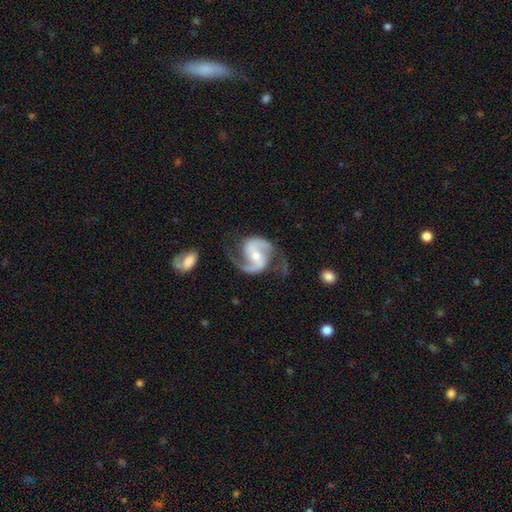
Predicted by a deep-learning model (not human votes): smooth-or-featured: featured or disk: 92% | star or artifact: 4% | smooth: 3%
  disk-edge-on: no: 98% | yes: 2%
    bar: weak: 38% | no: 33% | strong: 29%
    has-spiral-arms: yes: 98% | no: 2%
      spiral-winding: medium: 58% | loose: 27% | tight: 15%
      spiral-arm-count: 2: 93% | 1: 2% | can't tell: 2% | 3: 1% | 4: 1% | more than 4: 1%
    bulge-size: moderate: 49% | small: 46% | large: 2% | none: 1% | dominant: 1%
  merging: none: 71% | minor disturbance: 17% | major disturbance: 9% | merger: 3%